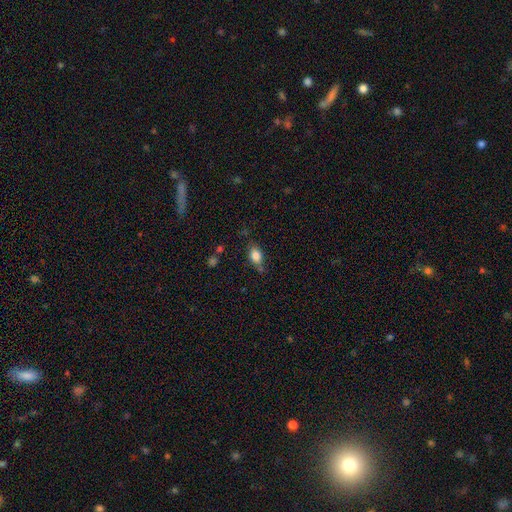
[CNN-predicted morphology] This appears to be a smooth galaxy with no disk features (83%) that is in between round and cigar-shaped (83%). Merging: none (68%).